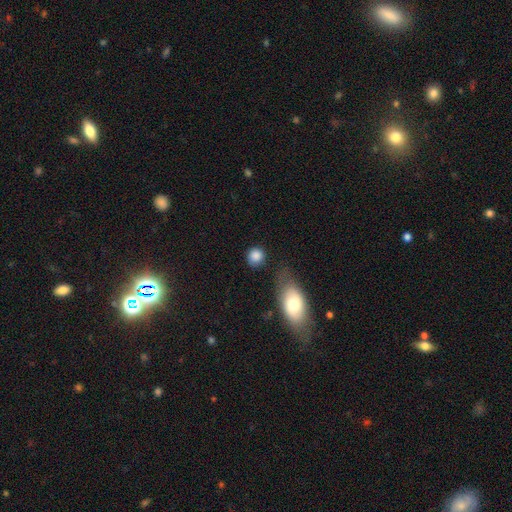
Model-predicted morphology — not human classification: type=smooth (86%); roundness=round (87%); merging=none (78%).